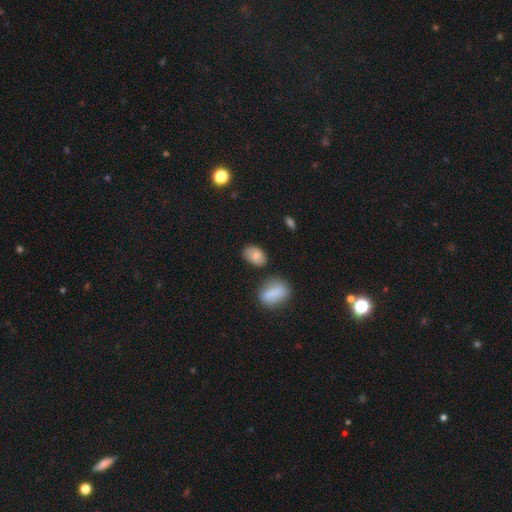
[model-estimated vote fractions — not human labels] Morphology: type=smooth (81%); roundness=in between (88%); merging=none (72%).